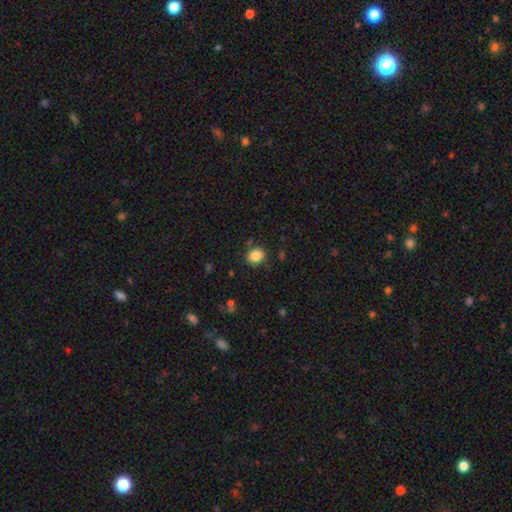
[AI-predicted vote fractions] smooth-or-featured: smooth: 86% | star or artifact: 9% | featured or disk: 5%
  how-rounded: round: 59% | in between: 40% | cigar-shaped: 1%
  merging: none: 85% | minor disturbance: 10% | major disturbance: 3% | merger: 2%